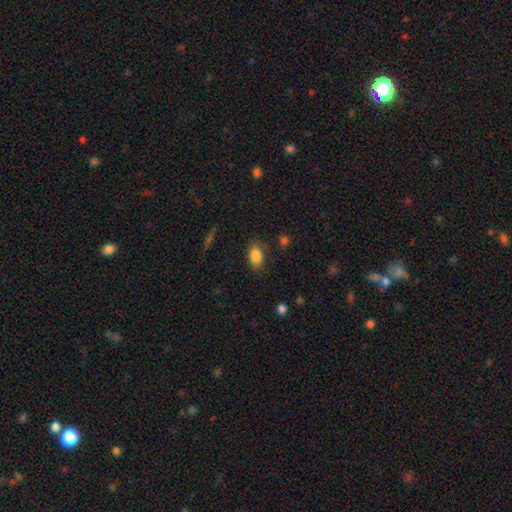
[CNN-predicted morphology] Smooth or featured? smooth (86%)
How rounded? in between (88%)
Merging? none (80%)